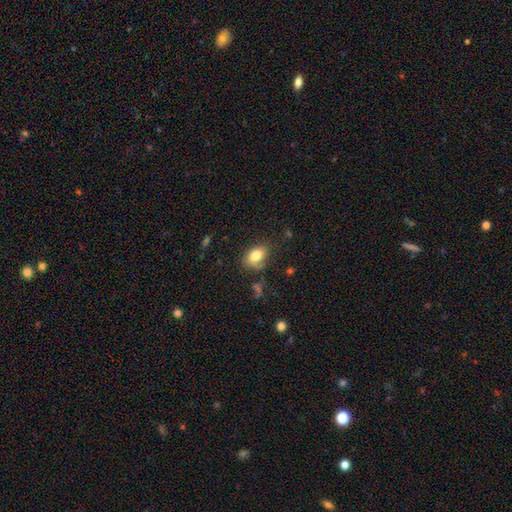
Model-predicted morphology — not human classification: This appears to be a smooth galaxy with no disk features (80%) that is in between round and cigar-shaped (83%). Merging: none (64%).